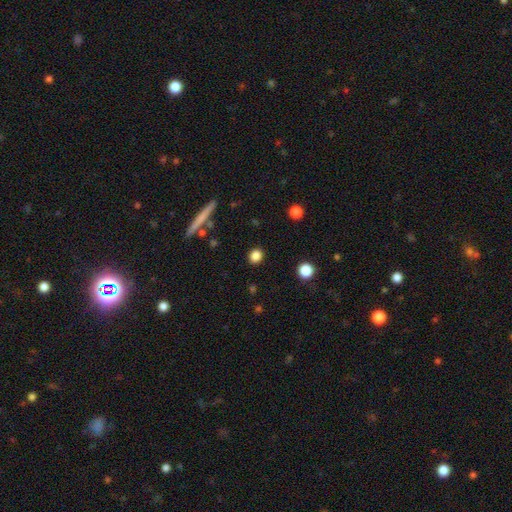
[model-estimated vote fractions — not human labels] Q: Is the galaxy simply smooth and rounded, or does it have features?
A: smooth — 84%.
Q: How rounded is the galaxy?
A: round — 71%.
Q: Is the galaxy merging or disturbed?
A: none — 89%.